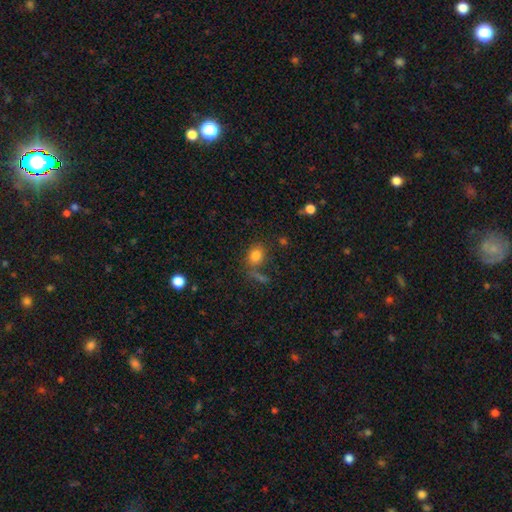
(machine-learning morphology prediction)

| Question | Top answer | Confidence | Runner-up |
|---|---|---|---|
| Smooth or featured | smooth | 81% | star or artifact (12%) |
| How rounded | in between | 54% | round (44%) |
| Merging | none | 64% | minor disturbance (15%) |